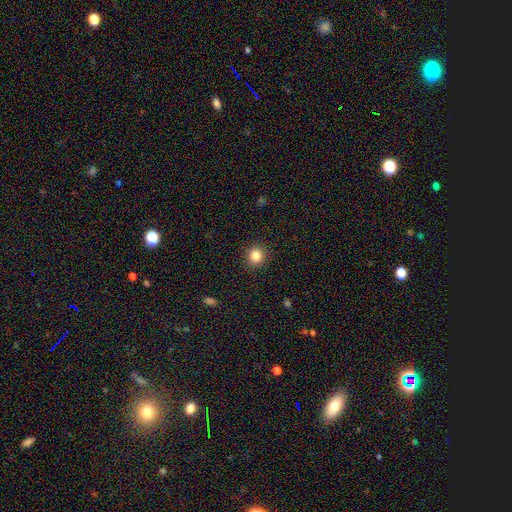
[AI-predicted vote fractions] Smooth or featured: smooth — 84% (star or artifact — 11%)
How rounded: round — 87% (in between — 12%)
Merging: none — 91% (minor disturbance — 6%)